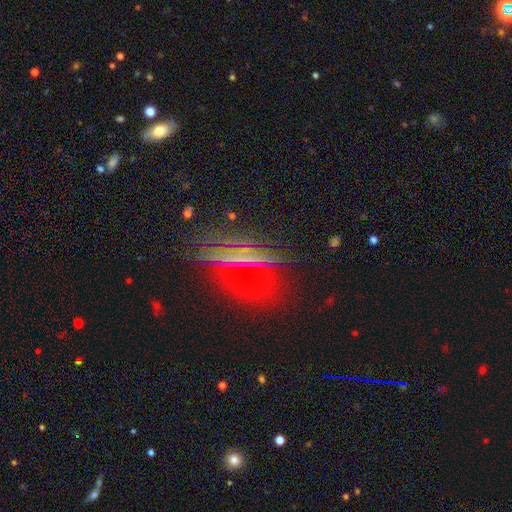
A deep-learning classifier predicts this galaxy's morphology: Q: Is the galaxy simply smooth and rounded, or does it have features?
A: featured or disk — 46%.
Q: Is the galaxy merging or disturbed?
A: none — 75%.